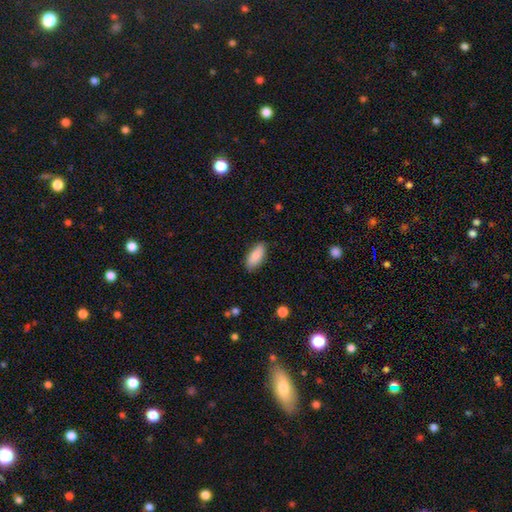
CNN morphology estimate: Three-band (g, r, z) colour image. It shows a smooth galaxy with no disk features (84%) that is in between round and cigar-shaped (85%). Merging: none (84%).